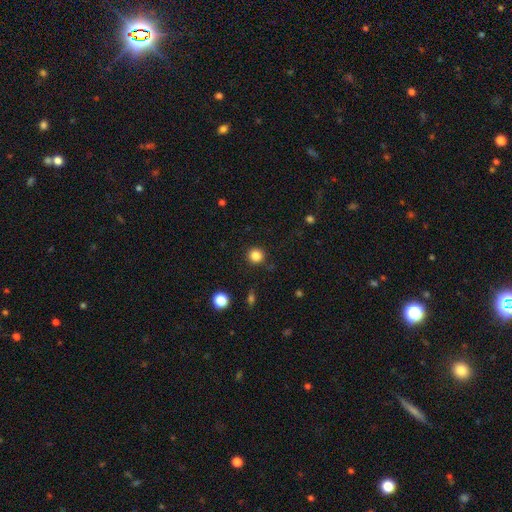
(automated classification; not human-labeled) The model was most divided on "smooth or featured": smooth: 84%, star or artifact: 12%, featured or disk: 4%. More confident: how rounded — round (93%); merging — none (89%).